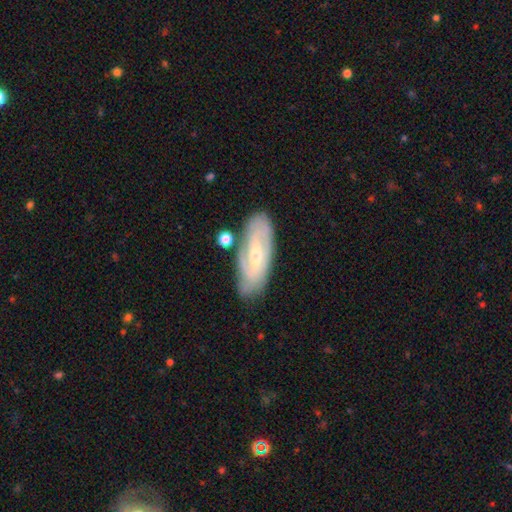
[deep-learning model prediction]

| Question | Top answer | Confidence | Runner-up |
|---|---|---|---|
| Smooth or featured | featured or disk | 71% | smooth (23%) |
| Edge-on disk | no | 88% | yes (12%) |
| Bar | weak | 42% | no (41%) |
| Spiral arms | yes | 83% | no (17%) |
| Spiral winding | tight | 57% | medium (32%) |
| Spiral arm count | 2 | 42% | can't tell (40%) |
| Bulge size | small | 58% | moderate (39%) |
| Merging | none | 72% | minor disturbance (17%) |